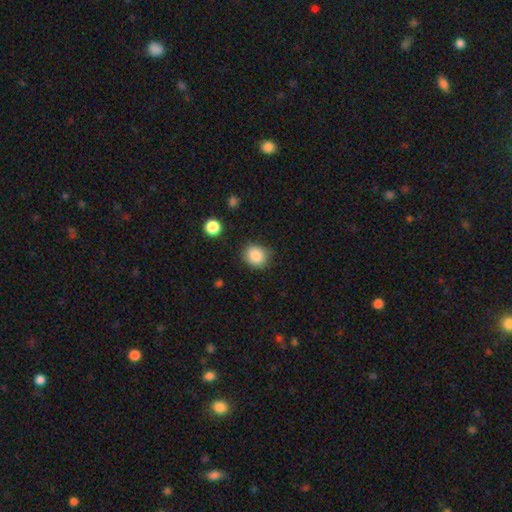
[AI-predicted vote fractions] Smooth or featured: smooth — 87% (star or artifact — 9%)
How rounded: round — 75% (in between — 24%)
Merging: none — 81% (minor disturbance — 14%)